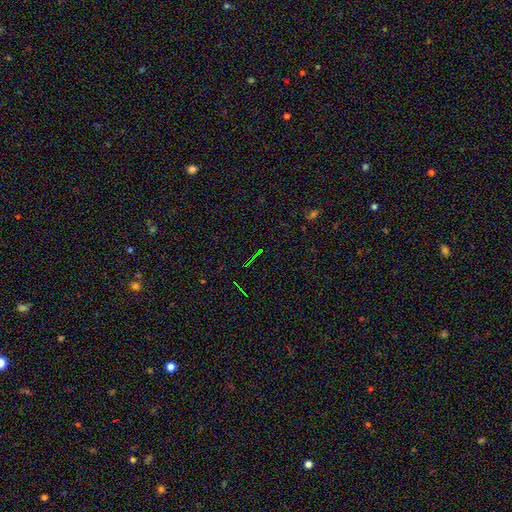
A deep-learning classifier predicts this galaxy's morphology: A star or artifact, not a galaxy (76%).

Vote fractions:
- Smooth or featured? star or artifact: 76% / smooth: 12% / featured or disk: 12%